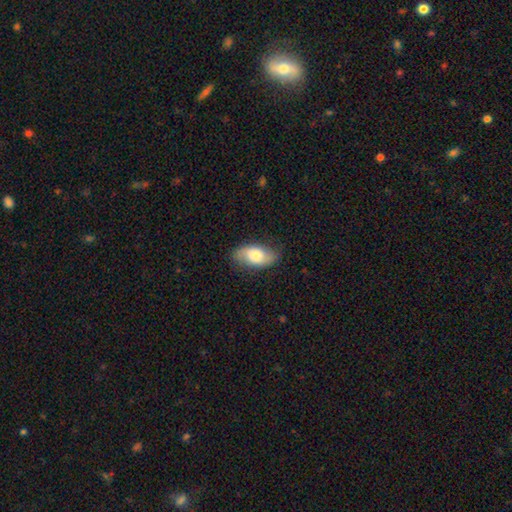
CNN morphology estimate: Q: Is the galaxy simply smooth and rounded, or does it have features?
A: smooth — 62%.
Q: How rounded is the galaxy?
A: in between — 92%.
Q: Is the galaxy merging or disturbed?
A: none — 77%.